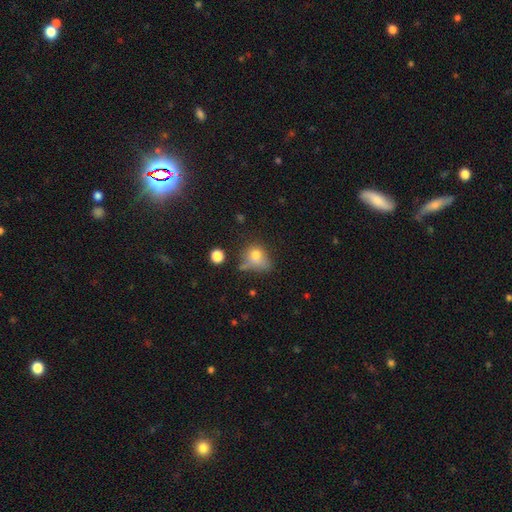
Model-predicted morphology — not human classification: smooth 71%, featured or disk 16%, star or artifact 13%. Down the decision tree: how rounded — in between (54%); merging — none (31%).